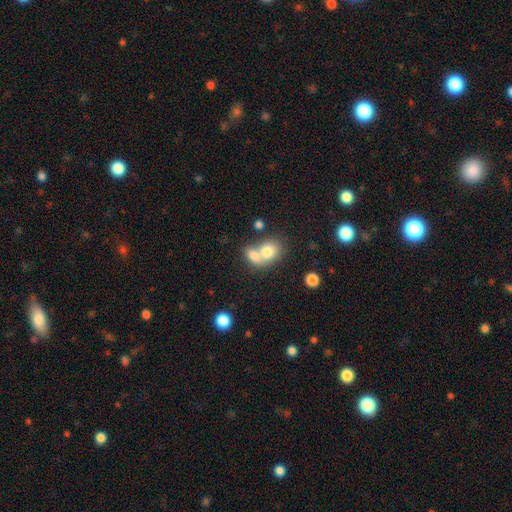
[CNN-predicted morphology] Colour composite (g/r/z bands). It shows a smooth galaxy with no disk features (74%) that is in between round and cigar-shaped (56%). Merging: merger (67%).